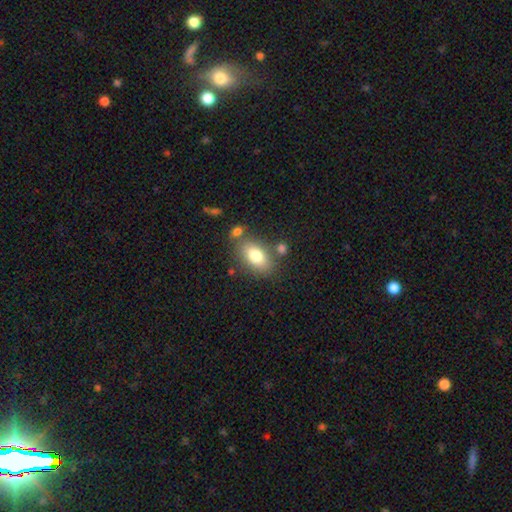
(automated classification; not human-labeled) smooth-or-featured: smooth: 78% | featured or disk: 14% | star or artifact: 8%
  how-rounded: in between: 87% | round: 10% | cigar-shaped: 3%
  merging: none: 72% | minor disturbance: 14% | merger: 10% | major disturbance: 5%